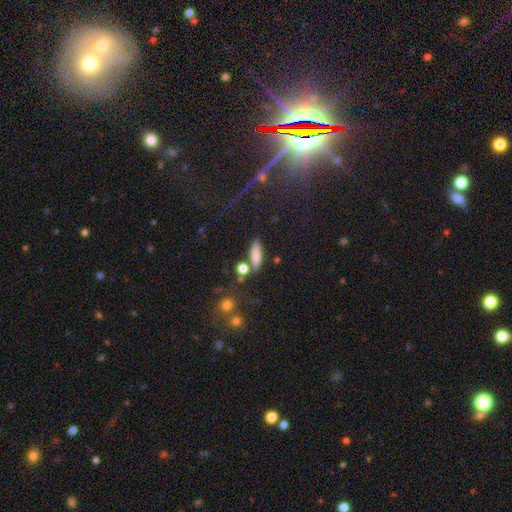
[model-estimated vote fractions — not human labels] This is likely a smooth galaxy (77%). How rounded: possibly cigar-shaped (57%). Merging: likely none (70%).